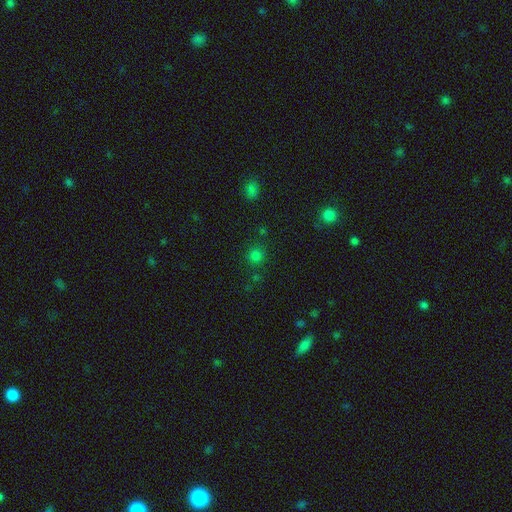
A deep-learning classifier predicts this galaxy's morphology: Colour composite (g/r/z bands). It shows a smooth galaxy with no disk features (76%) that is round (90%). Merging: none (80%).